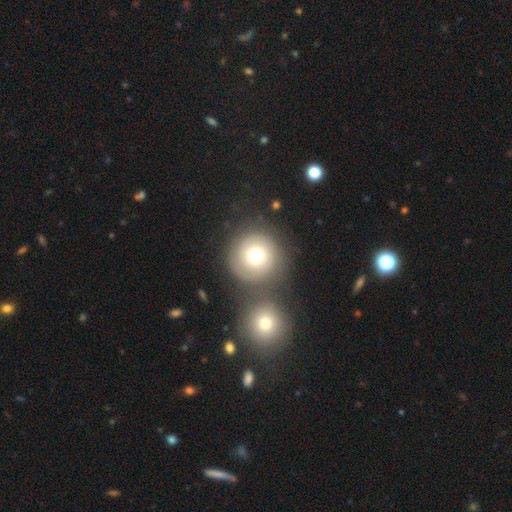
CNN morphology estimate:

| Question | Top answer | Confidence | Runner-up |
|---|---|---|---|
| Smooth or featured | smooth | 71% | featured or disk (19%) |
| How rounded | round | 93% | in between (6%) |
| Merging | none | 62% | merger (23%) |